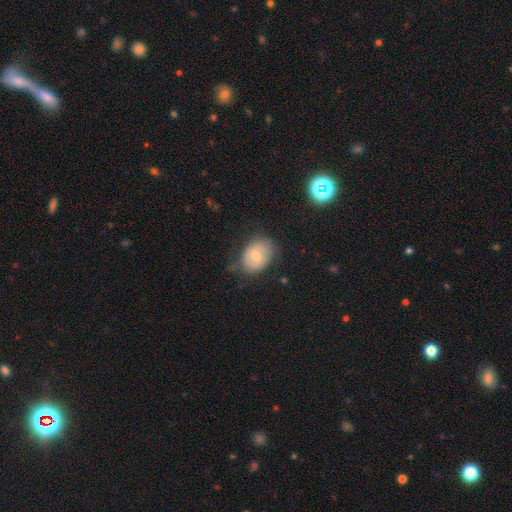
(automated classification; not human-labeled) A smooth galaxy with no disk features (63%) that is in between round and cigar-shaped (64%).

Vote fractions:
- Smooth or featured? smooth: 63% / featured or disk: 29% / star or artifact: 8%
- How rounded? in between: 64% / round: 35% / cigar-shaped: 1%
- Merging? none: 63% / minor disturbance: 26% / major disturbance: 9% / merger: 2%